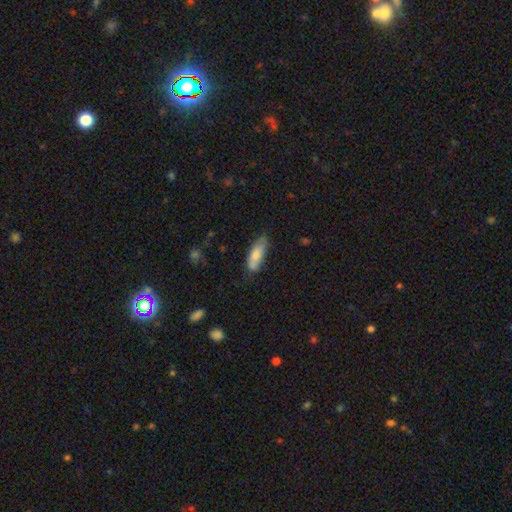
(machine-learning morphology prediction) Smooth or featured: smooth — 78% (featured or disk — 16%)
How rounded: in between — 62% (cigar-shaped — 36%)
Merging: none — 64% (minor disturbance — 27%)